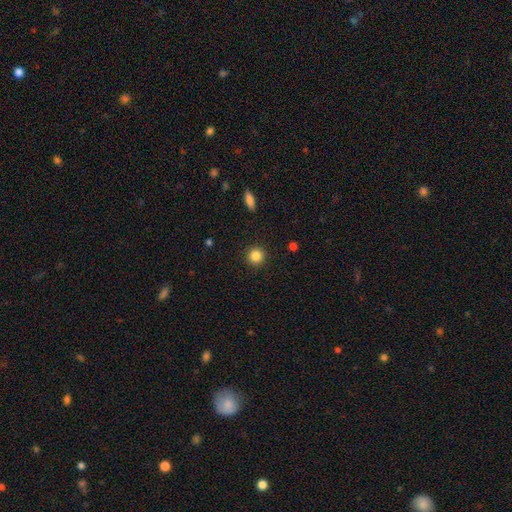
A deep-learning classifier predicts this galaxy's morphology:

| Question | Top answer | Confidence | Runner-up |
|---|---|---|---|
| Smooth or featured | smooth | 85% | star or artifact (11%) |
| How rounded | round | 94% | in between (5%) |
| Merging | none | 91% | minor disturbance (6%) |